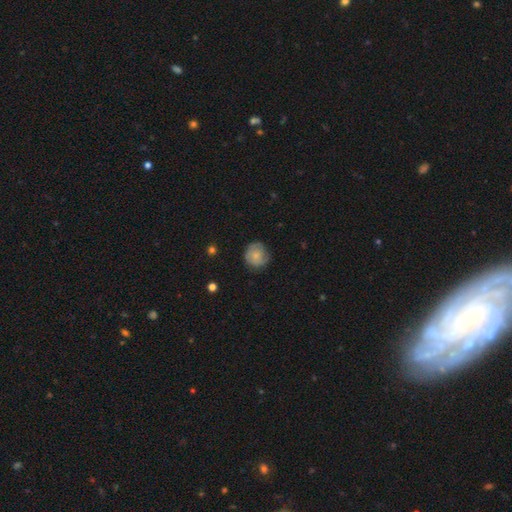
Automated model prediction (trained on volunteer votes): smooth_or_featured: smooth (p=0.64) [alt: featured or disk p=0.28]
how_rounded: round (p=0.87) [alt: in between p=0.12]
merging: none (p=0.72) [alt: minor disturbance p=0.21]